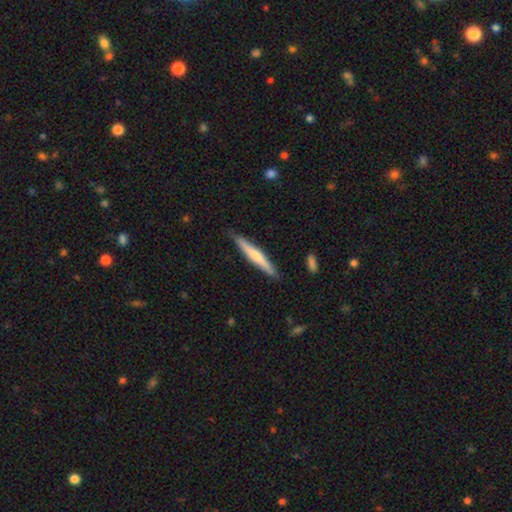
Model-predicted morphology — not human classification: Smooth or featured? smooth (52%)
How rounded? cigar-shaped (95%)
Merging? none (86%)